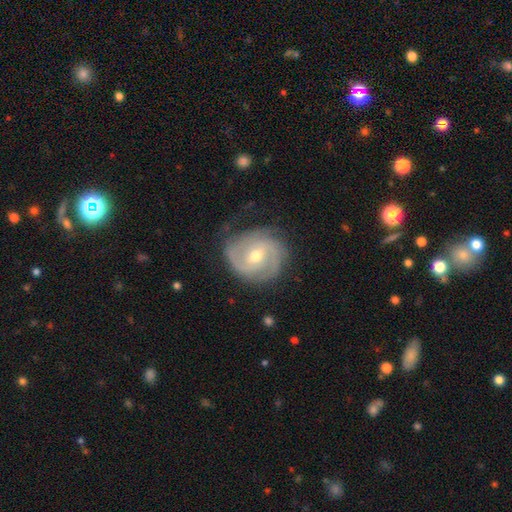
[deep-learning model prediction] Overall: featured or disk (84%). Edge-on disk: no (97%). Bar: weak (47%; no 37%). Spiral arms: yes (94%). Spiral arm count: 2 (56%; 3 17%). Spiral winding: tight (52%; medium 37%). Bulge size: moderate (61%; small 35%). Merging: none (72%).